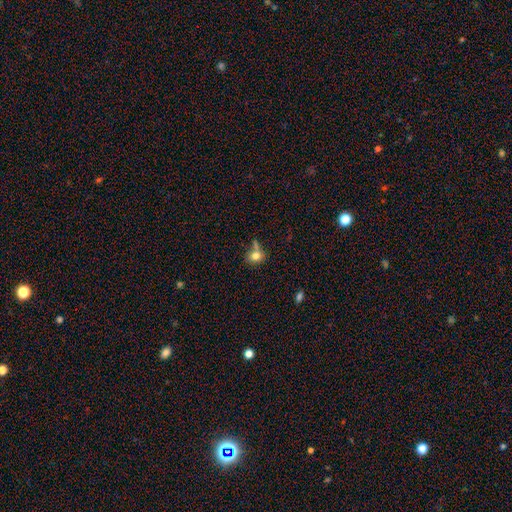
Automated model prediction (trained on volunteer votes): smooth_or_featured: smooth (p=0.78) [alt: featured or disk p=0.11]
how_rounded: round (p=0.58) [alt: in between p=0.41]
merging: none (p=0.45) [alt: merger p=0.28]